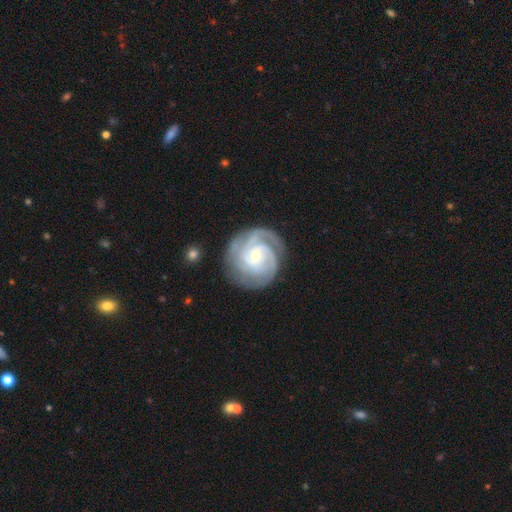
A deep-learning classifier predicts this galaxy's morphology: This appears to be a featured or disk galaxy (89%) with no bar (61%), 3 (40%) tight (72%) spiral arms (98%) and a small central bulge (53%). Merging: none (79%).